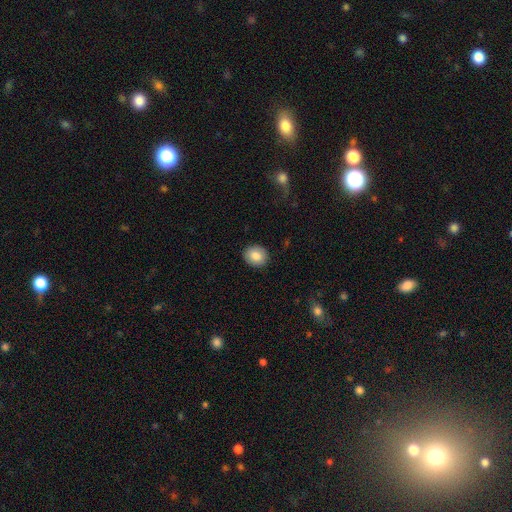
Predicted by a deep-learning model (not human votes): Smooth or featured?
  - smooth: 83% *
  - featured or disk: 9%
  - star or artifact: 8%
How rounded?
  - round: 69% *
  - in between: 30%
  - cigar-shaped: 1%
Merging?
  - none: 90% *
  - minor disturbance: 7%
  - major disturbance: 2%
  - merger: 1%